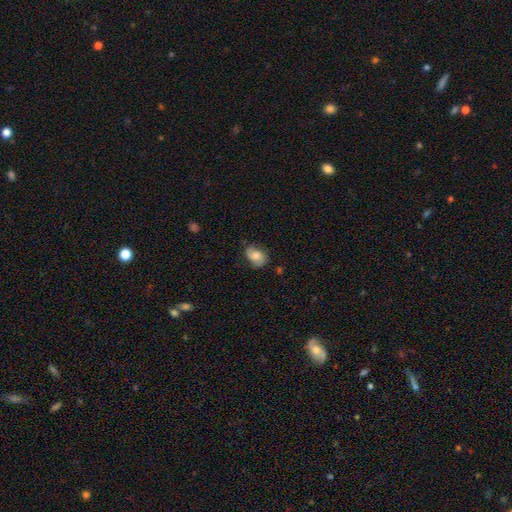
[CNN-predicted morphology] Smooth or featured?
  - smooth: 58% *
  - featured or disk: 34%
  - star or artifact: 9%
How rounded?
  - in between: 71% *
  - round: 27%
  - cigar-shaped: 1%
Merging?
  - none: 65% *
  - minor disturbance: 26%
  - major disturbance: 8%
  - merger: 2%